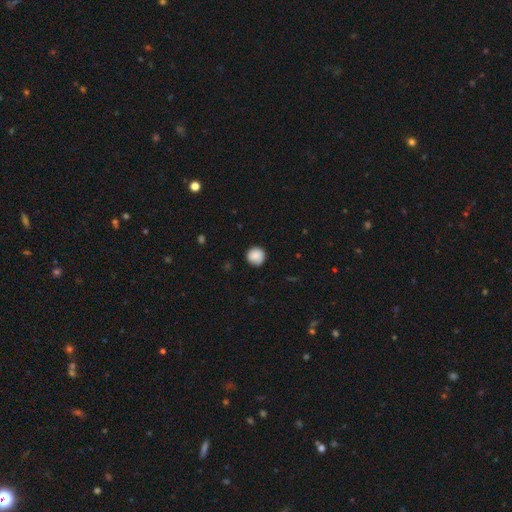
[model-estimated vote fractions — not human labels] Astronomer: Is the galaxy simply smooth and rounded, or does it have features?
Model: smooth — 87%.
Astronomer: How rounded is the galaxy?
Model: round — 94%.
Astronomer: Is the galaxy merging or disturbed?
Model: none — 87%.